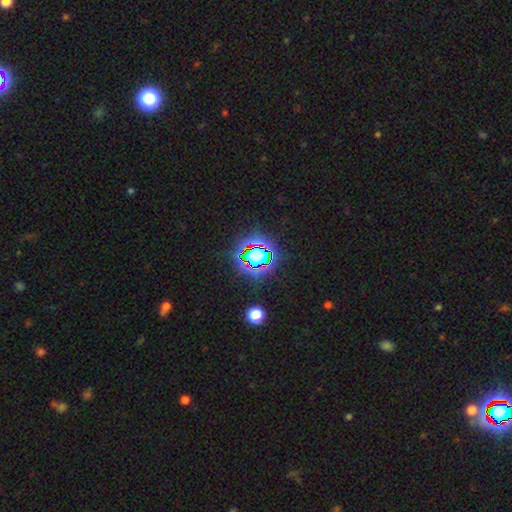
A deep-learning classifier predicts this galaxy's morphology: star or artifact 66%, smooth 23%, featured or disk 12%.